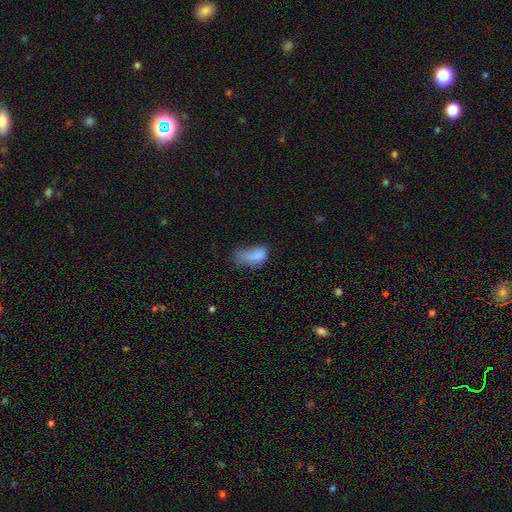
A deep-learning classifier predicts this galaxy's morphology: smooth 77%, featured or disk 12%, star or artifact 11%. Down the decision tree: how rounded — in between (90%); merging — major disturbance (43%).